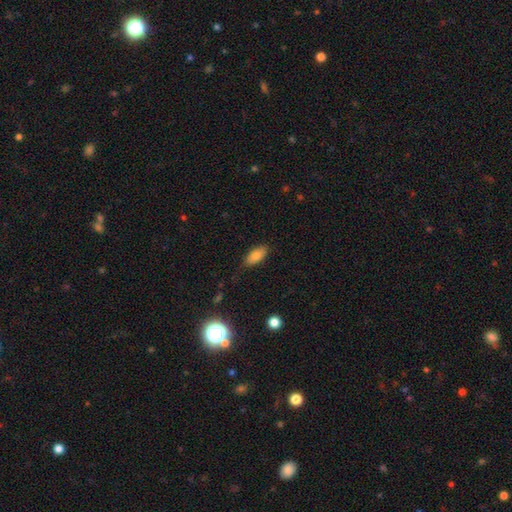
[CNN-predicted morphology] A smooth galaxy with no disk features (79%) that is in between round and cigar-shaped (88%). Merging: none (77%).